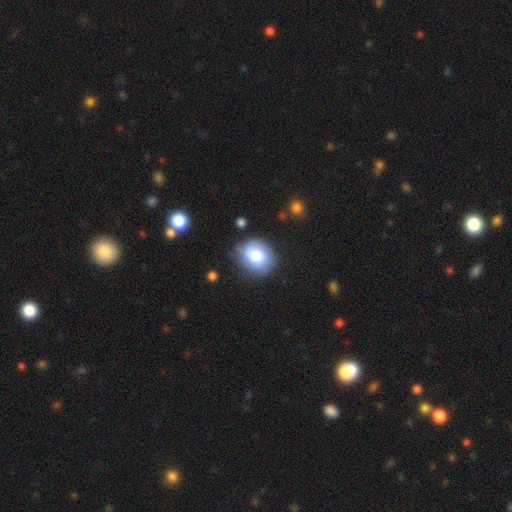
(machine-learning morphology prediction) type=smooth (76%); roundness=round (66%); merging=none (73%).